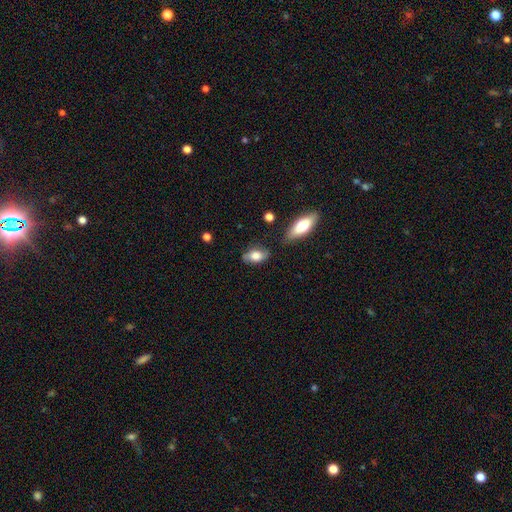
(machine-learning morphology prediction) smooth_or_featured: smooth (p=0.74) [alt: featured or disk p=0.19]
how_rounded: in between (p=0.87) [alt: round p=0.08]
merging: none (p=0.65) [alt: minor disturbance p=0.25]